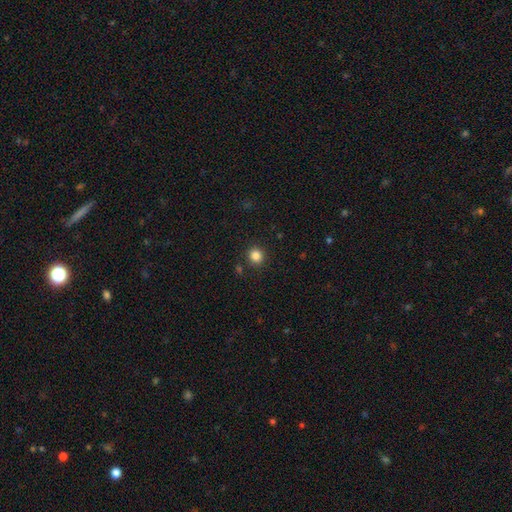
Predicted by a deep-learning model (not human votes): Smooth or featured: smooth — 84% (star or artifact — 12%)
How rounded: round — 90% (in between — 9%)
Merging: none — 88% (minor disturbance — 7%)